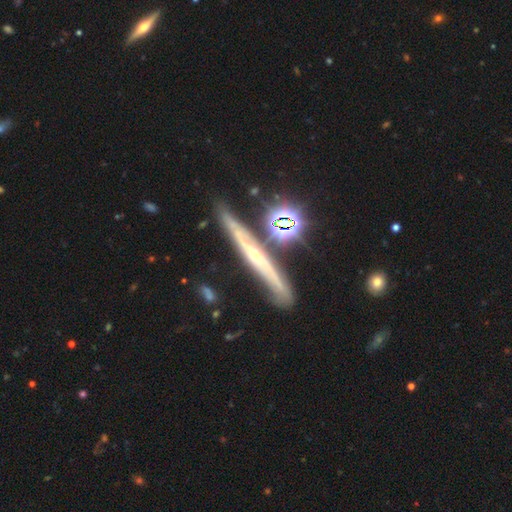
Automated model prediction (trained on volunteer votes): Morphology: type=featured or disk (70%); edge-on=yes (87%); edge-on bulge=rounded (63%); merging=none (73%).